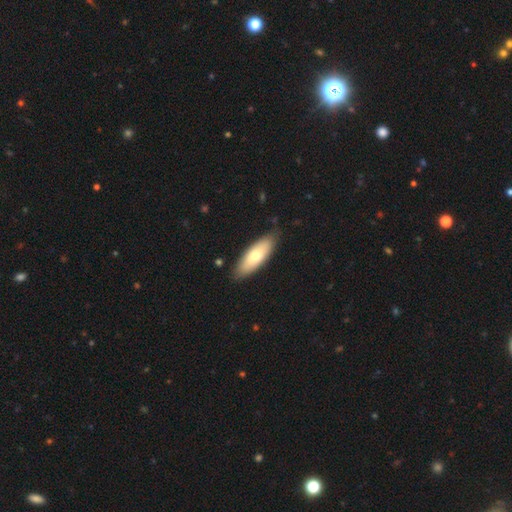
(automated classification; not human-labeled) A smooth galaxy with no disk features (69%) that is in between round and cigar-shaped (66%).

Vote fractions:
- Smooth or featured? smooth: 69% / featured or disk: 26% / star or artifact: 5%
- How rounded? in between: 66% / cigar-shaped: 32% / round: 2%
- Merging? none: 85% / minor disturbance: 12% / major disturbance: 2% / merger: 1%